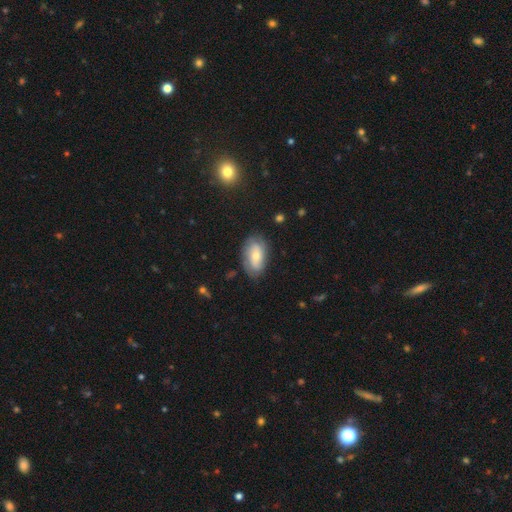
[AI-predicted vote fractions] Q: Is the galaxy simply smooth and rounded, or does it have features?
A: smooth — 54%.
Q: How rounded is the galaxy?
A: in between — 91%.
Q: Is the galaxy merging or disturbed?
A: none — 74%.